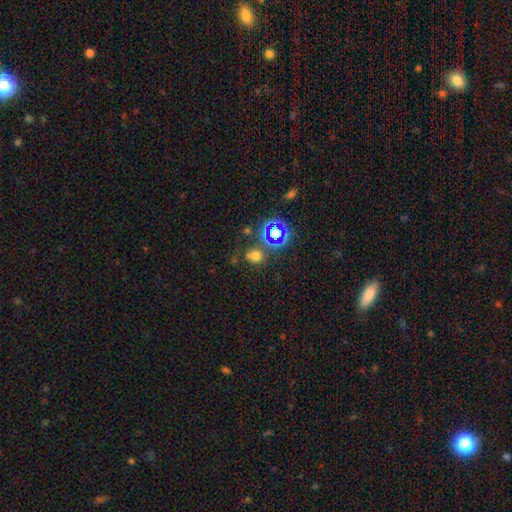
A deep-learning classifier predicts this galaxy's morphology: A smooth galaxy with no disk features (58%) that is round (75%). Merging: none (68%).